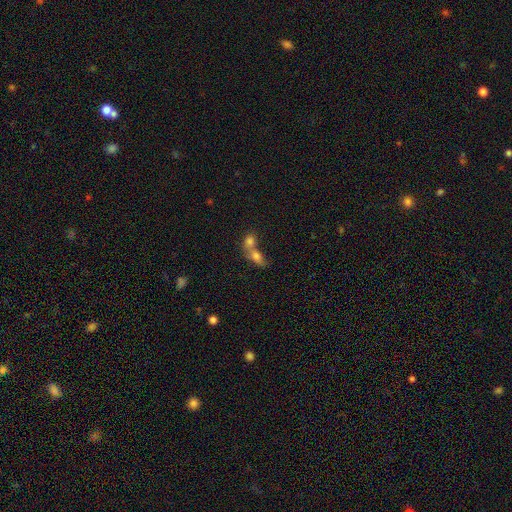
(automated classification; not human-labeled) Smooth or featured? Predicted: smooth (p=0.74). How rounded? Predicted: in between (p=0.67). Merging? Predicted: merger (p=0.74).